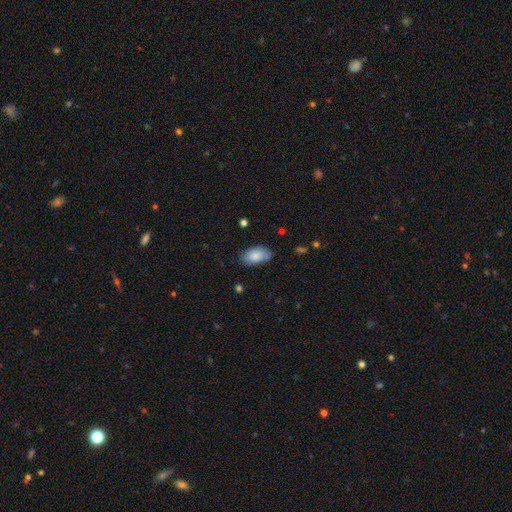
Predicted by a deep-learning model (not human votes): Smooth or featured?
  - smooth: 83% *
  - featured or disk: 11%
  - star or artifact: 6%
How rounded?
  - in between: 94% *
  - round: 4%
  - cigar-shaped: 2%
Merging?
  - none: 74% *
  - minor disturbance: 21%
  - major disturbance: 4%
  - merger: 1%